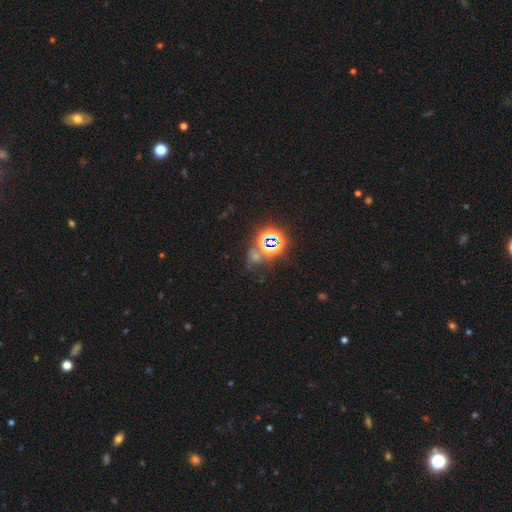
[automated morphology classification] smooth_or_featured: star or artifact (p=0.73) [alt: smooth p=0.17]